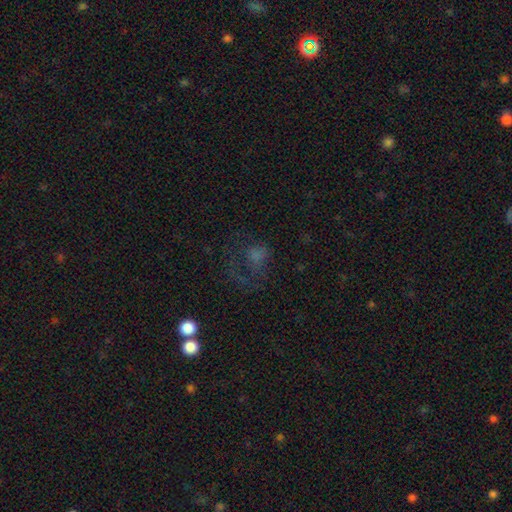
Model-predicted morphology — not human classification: Smooth or featured? Predicted: smooth (p=0.44). Merging? Predicted: major disturbance (p=0.44).